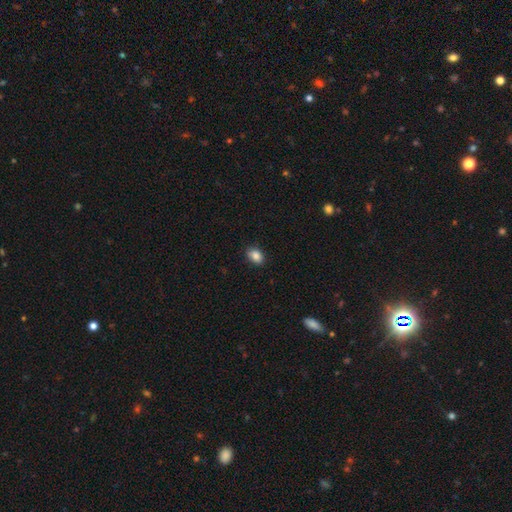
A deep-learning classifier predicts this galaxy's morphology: Overall: smooth (86%). How rounded: in between (77%). Merging: none (84%).